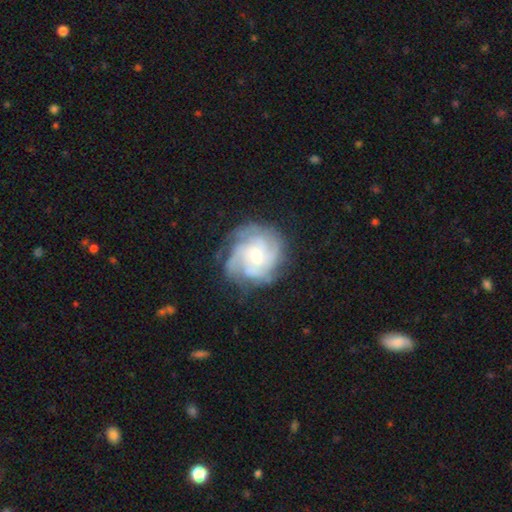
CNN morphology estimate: featured or disk 82%, smooth 12%, star or artifact 6%. Down the decision tree: edge-on disk — no (98%); bar — no (68%); spiral arms — yes (95%); spiral arm count — can't tell (31%); spiral winding — tight (60%); bulge size — small (51%); merging — none (72%).